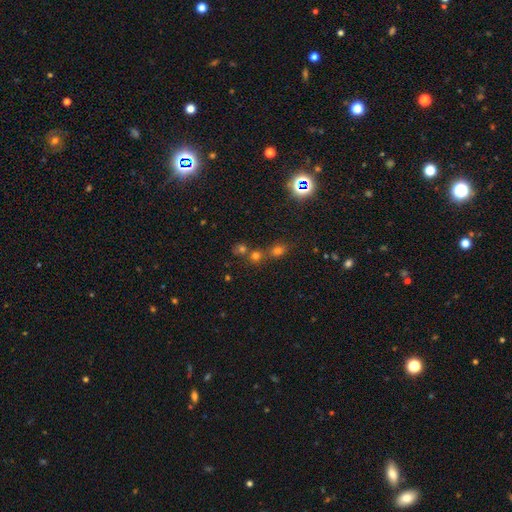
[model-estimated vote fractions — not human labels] Smooth or featured? smooth (48%)
Merging? none (58%)